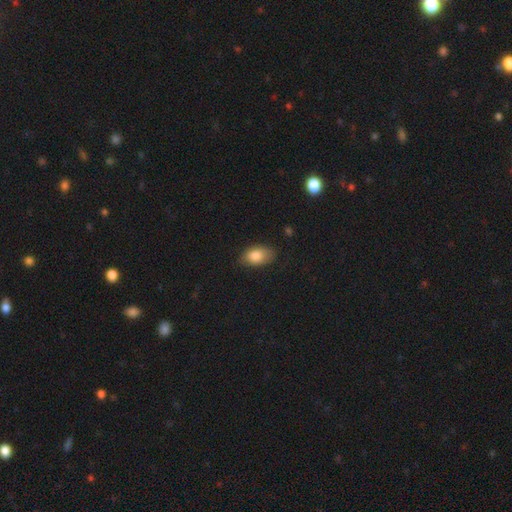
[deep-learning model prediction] Overall: smooth (83%). How rounded: in between (89%). Merging: none (77%).